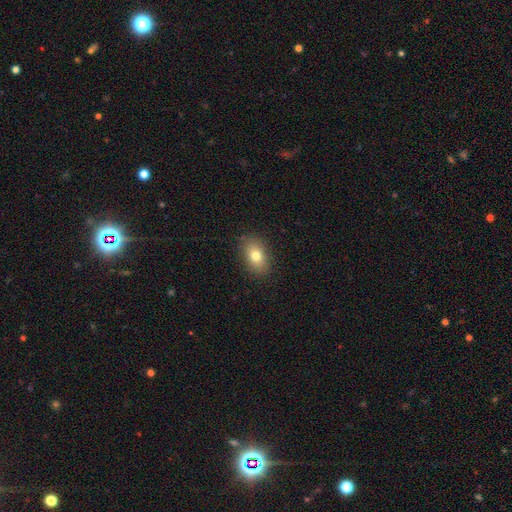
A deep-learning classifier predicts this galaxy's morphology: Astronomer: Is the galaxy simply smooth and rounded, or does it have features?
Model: smooth — 77%.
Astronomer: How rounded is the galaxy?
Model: in between — 84%.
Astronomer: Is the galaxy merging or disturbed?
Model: none — 86%.